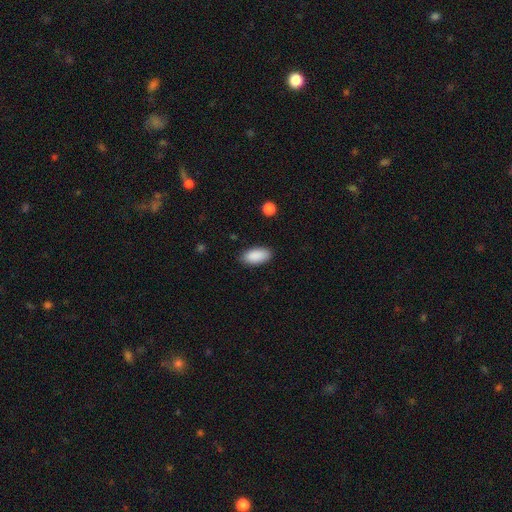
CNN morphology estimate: A smooth galaxy with no disk features (90%) that is in between round and cigar-shaped (93%). Merging: none (86%).